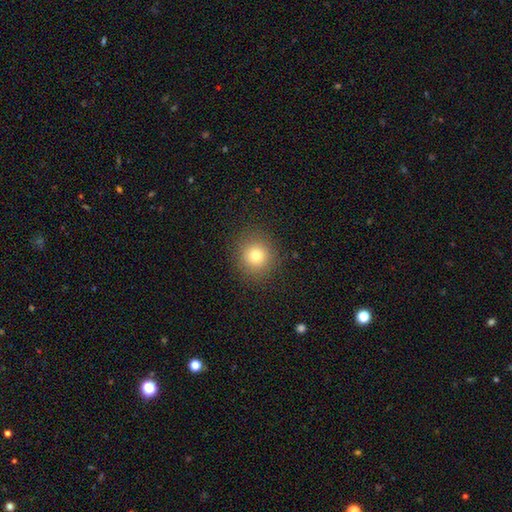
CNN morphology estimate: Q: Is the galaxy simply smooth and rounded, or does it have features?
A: smooth — 78%.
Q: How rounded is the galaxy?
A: round — 90%.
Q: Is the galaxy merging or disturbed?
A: none — 89%.